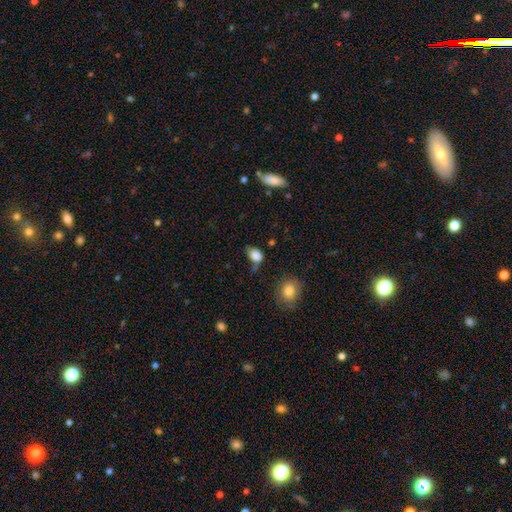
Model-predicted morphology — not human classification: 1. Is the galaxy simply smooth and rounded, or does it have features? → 83% smooth, 10% star or artifact, 6% featured or disk.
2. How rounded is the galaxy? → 73% in between, 25% round, 2% cigar-shaped.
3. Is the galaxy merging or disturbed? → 43% none, 33% minor disturbance, 14% major disturbance, 10% merger.